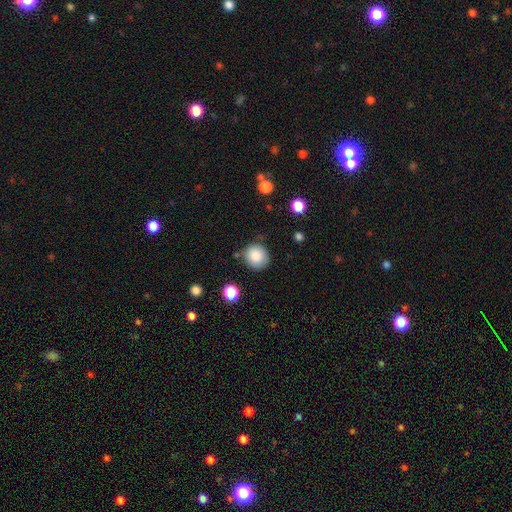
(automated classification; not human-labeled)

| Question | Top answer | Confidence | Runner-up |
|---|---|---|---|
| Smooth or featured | smooth | 85% | star or artifact (9%) |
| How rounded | round | 89% | in between (10%) |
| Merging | none | 81% | minor disturbance (12%) |